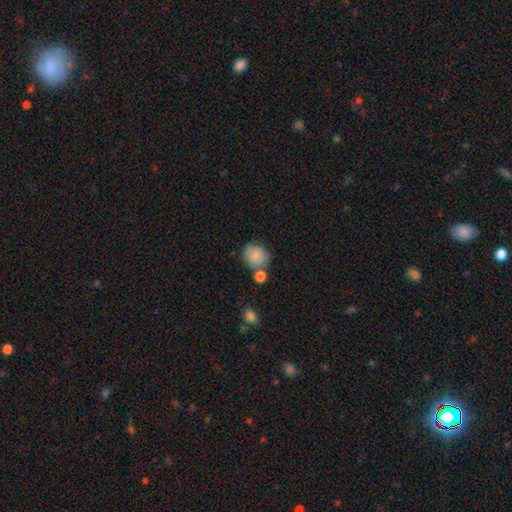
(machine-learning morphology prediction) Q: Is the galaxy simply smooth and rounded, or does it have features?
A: smooth — 81%.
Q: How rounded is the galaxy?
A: round — 76%.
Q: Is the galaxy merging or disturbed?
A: none — 59%.